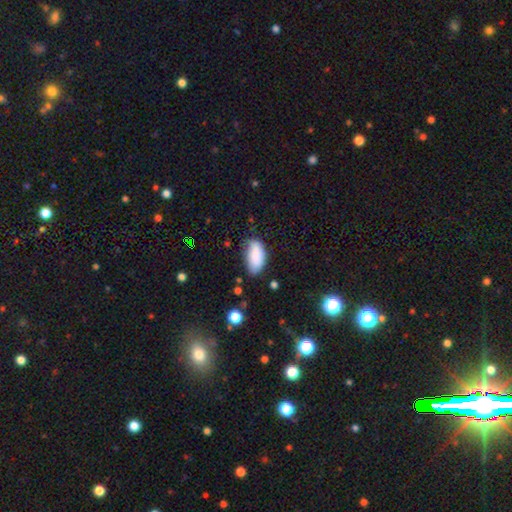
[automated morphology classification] smooth_or_featured: smooth (p=0.84) [alt: featured or disk p=0.09]
how_rounded: in between (p=0.94) [alt: cigar-shaped p=0.04]
merging: none (p=0.58) [alt: minor disturbance p=0.31]